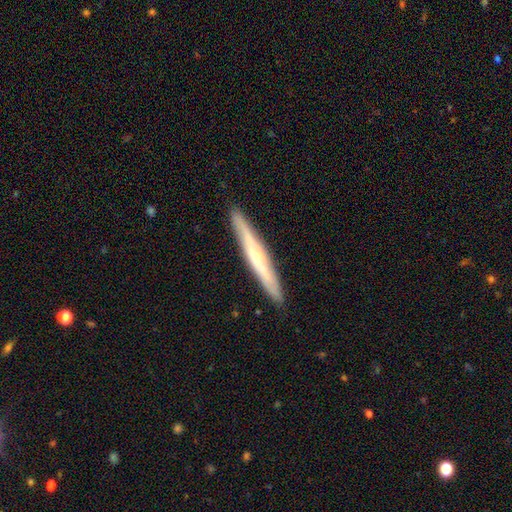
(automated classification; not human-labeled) featured or disk 58%, smooth 37%, star or artifact 6%. Down the decision tree: edge-on disk — yes (93%); edge-on bulge — rounded (60%); merging — none (91%).